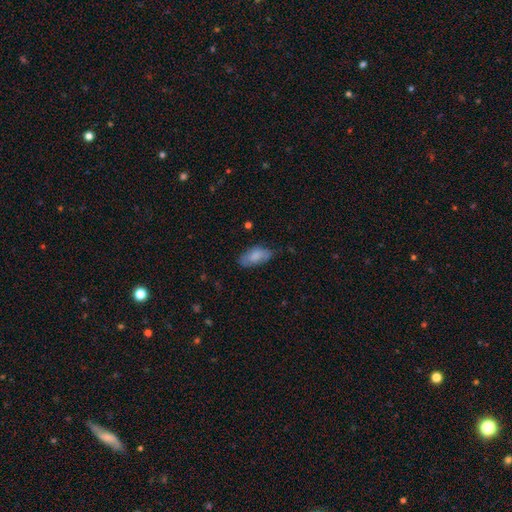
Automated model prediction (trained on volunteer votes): Smooth or featured?
  - smooth: 81% *
  - featured or disk: 13%
  - star or artifact: 6%
How rounded?
  - in between: 91% *
  - cigar-shaped: 7%
  - round: 2%
Merging?
  - none: 69% *
  - minor disturbance: 24%
  - major disturbance: 6%
  - merger: 2%